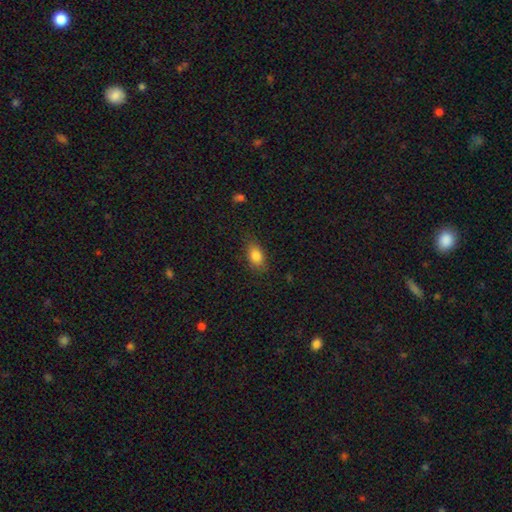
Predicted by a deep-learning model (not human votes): The model was most divided on "merging": none: 79%, minor disturbance: 16%, major disturbance: 4%, merger: 1%. More confident: how rounded — in between (86%); smooth or featured — smooth (84%).